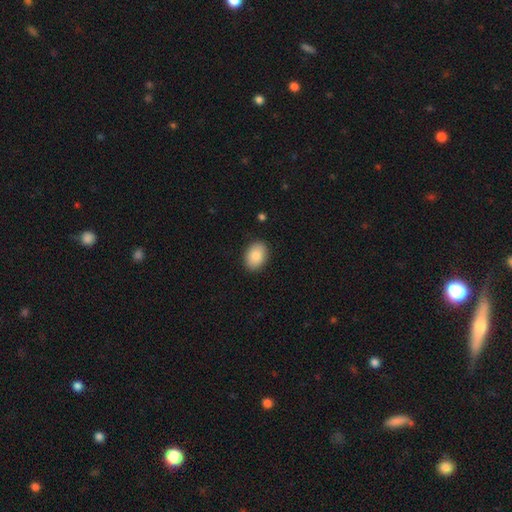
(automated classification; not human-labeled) Smooth or featured?
  - smooth: 88% *
  - star or artifact: 6%
  - featured or disk: 5%
How rounded?
  - in between: 81% *
  - round: 18%
  - cigar-shaped: 1%
Merging?
  - none: 89% *
  - minor disturbance: 8%
  - major disturbance: 2%
  - merger: 1%